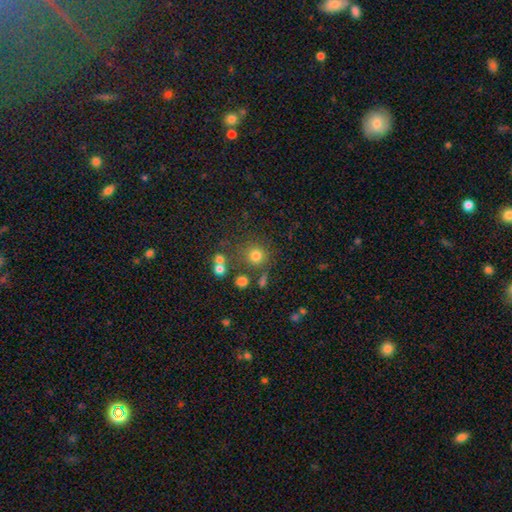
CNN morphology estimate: A smooth galaxy with no disk features (76%) that is round (92%).

Vote fractions:
- Smooth or featured? smooth: 76% / star or artifact: 16% / featured or disk: 8%
- How rounded? round: 92% / in between: 7% / cigar-shaped: 1%
- Merging? none: 75% / minor disturbance: 10% / merger: 10% / major disturbance: 5%